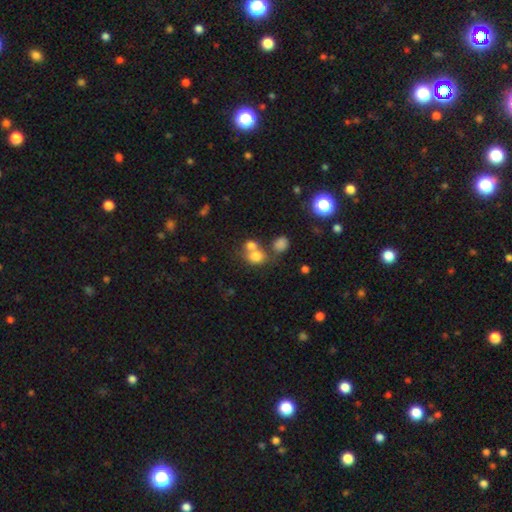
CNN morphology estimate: smooth 74%, star or artifact 14%, featured or disk 12%. Down the decision tree: how rounded — round (65%); merging — merger (47%).